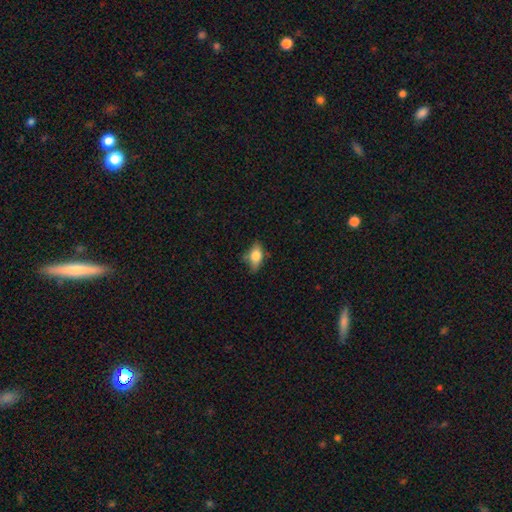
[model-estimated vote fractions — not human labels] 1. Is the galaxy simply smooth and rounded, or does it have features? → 73% smooth, 19% featured or disk, 8% star or artifact.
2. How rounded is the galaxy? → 84% in between, 9% round, 7% cigar-shaped.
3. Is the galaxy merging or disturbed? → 55% none, 32% minor disturbance, 9% major disturbance, 4% merger.